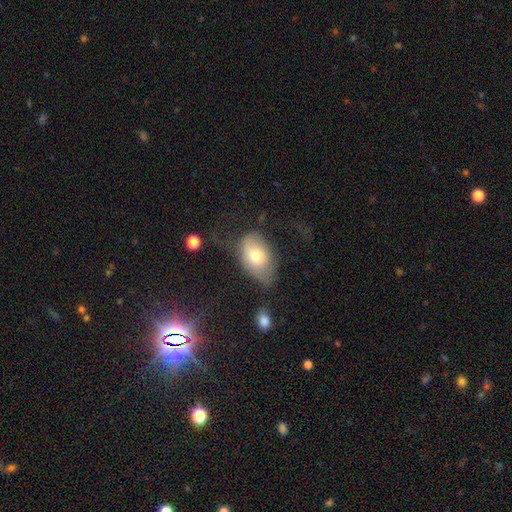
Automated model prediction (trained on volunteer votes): Q: Smooth or featured?
A: smooth (64%); runner-up: featured or disk (27%)
Q: How rounded?
A: in between (84%); runner-up: round (14%)
Q: Merging?
A: none (36%); runner-up: major disturbance (30%)